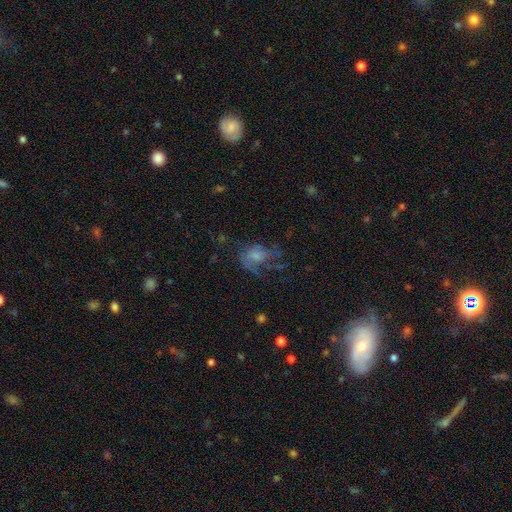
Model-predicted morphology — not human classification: smooth-or-featured: featured or disk: 50% | smooth: 37% | star or artifact: 13%
  merging: major disturbance: 44% | none: 33% | minor disturbance: 20% | merger: 3%